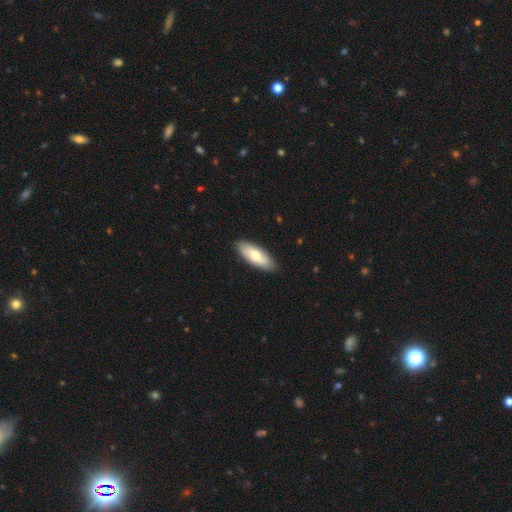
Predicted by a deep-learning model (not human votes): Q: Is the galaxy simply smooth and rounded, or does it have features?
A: smooth — 64%.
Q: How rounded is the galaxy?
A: in between — 76%.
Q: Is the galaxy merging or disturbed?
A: none — 88%.